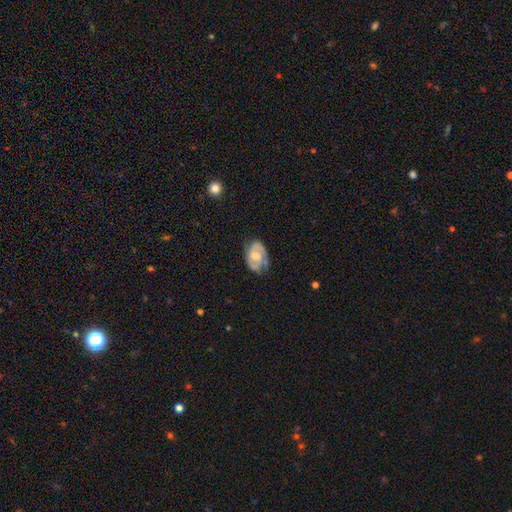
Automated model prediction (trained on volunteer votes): featured or disk 70%, smooth 24%, star or artifact 6%. Down the decision tree: edge-on disk — no (96%); bar — no (58%); spiral arms — yes (88%); spiral arm count — 2 (74%); spiral winding — medium (43%, tied with tight); bulge size — moderate (52%); merging — none (65%).